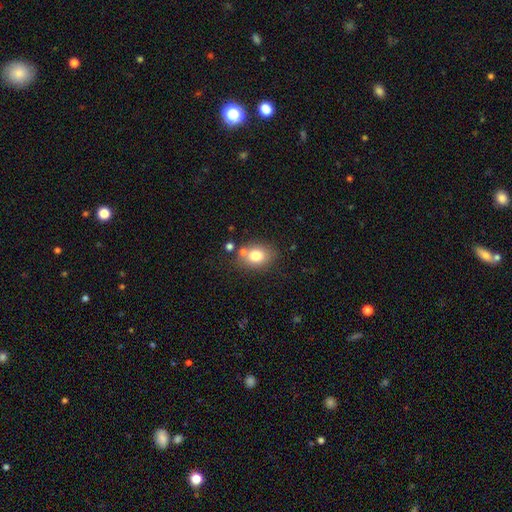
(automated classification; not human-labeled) Smooth or featured: smooth — 77% (featured or disk — 12%)
How rounded: in between — 53% (round — 46%)
Merging: none — 69% (minor disturbance — 14%)